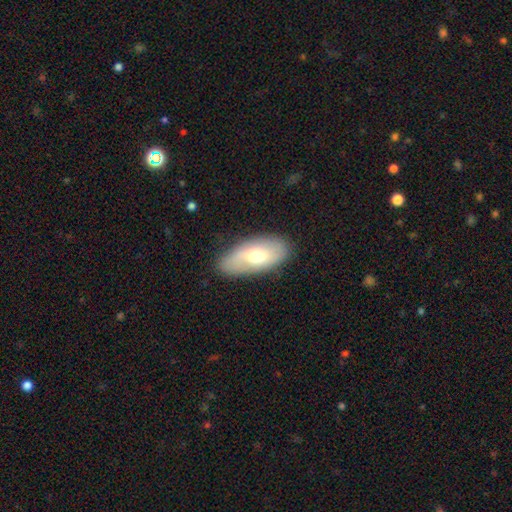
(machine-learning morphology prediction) smooth_or_featured: smooth (p=0.52) [alt: featured or disk p=0.41]
how_rounded: in between (p=0.90) [alt: cigar-shaped p=0.07]
merging: none (p=0.84) [alt: minor disturbance p=0.12]